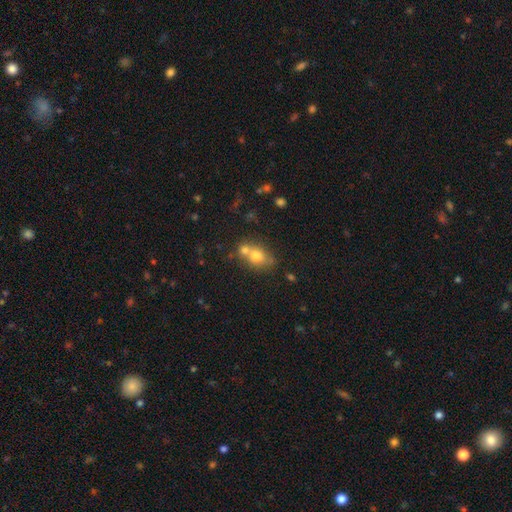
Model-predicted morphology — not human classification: This is likely a smooth galaxy (71%). How rounded: possibly in between (52%). Merging: possibly merger (46%).